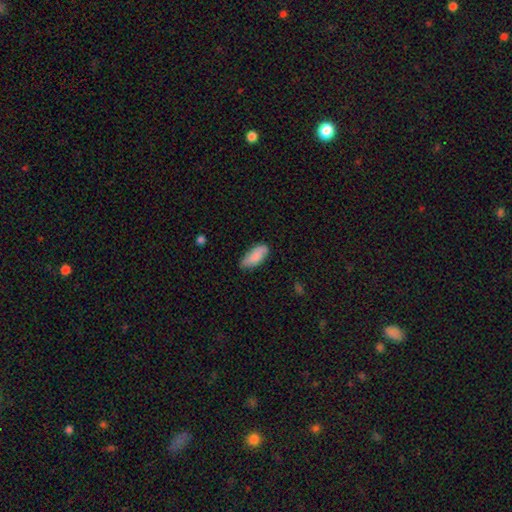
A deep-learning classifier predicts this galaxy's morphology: This is clearly a smooth galaxy (85%). How rounded: clearly in between (84%). Merging: likely none (75%).